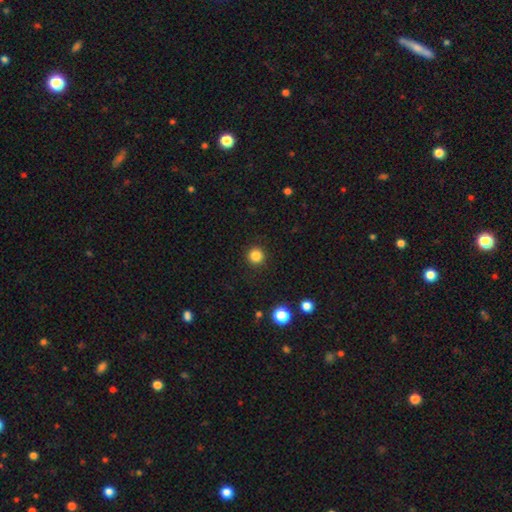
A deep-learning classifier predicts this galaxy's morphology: Smooth or featured?
  - smooth: 85% *
  - star or artifact: 12%
  - featured or disk: 4%
How rounded?
  - round: 96% *
  - in between: 3%
  - cigar-shaped: 1%
Merging?
  - none: 92% *
  - minor disturbance: 5%
  - major disturbance: 2%
  - merger: 1%